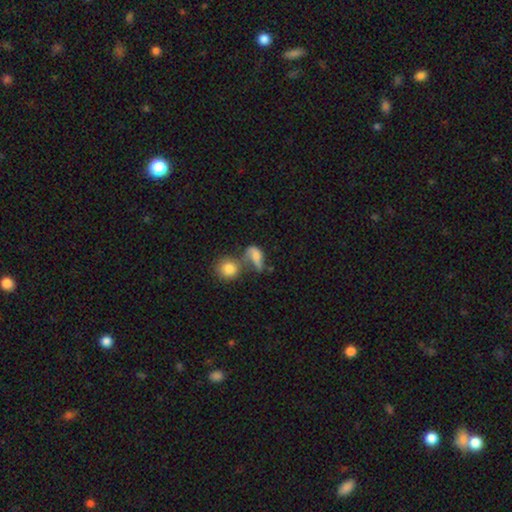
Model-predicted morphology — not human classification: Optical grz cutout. It shows a smooth galaxy with no disk features (65%) that is in between round and cigar-shaped (69%). Merging: merger (43%).